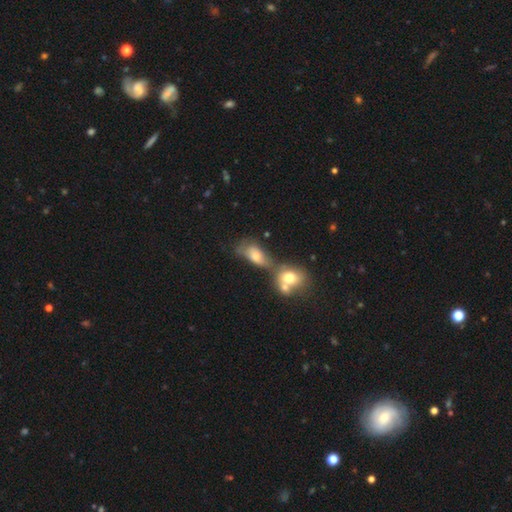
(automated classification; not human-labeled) Smooth or featured? Predicted: smooth (p=0.65). How rounded? Predicted: in between (p=0.83). Merging? Predicted: merger (p=0.48).